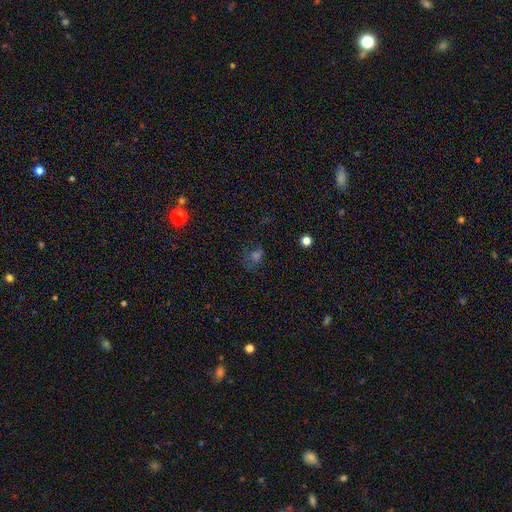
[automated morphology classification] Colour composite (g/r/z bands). It shows a smooth galaxy with no disk features (50%). Merging: none (54%).